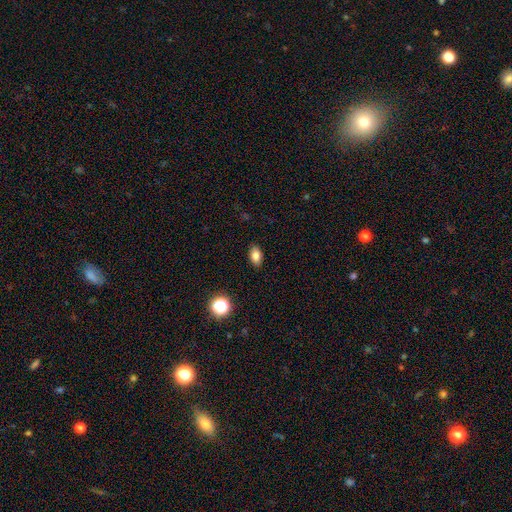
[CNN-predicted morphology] This appears to be a smooth galaxy with no disk features (81%) that is in between round and cigar-shaped (87%). Merging: none (89%).